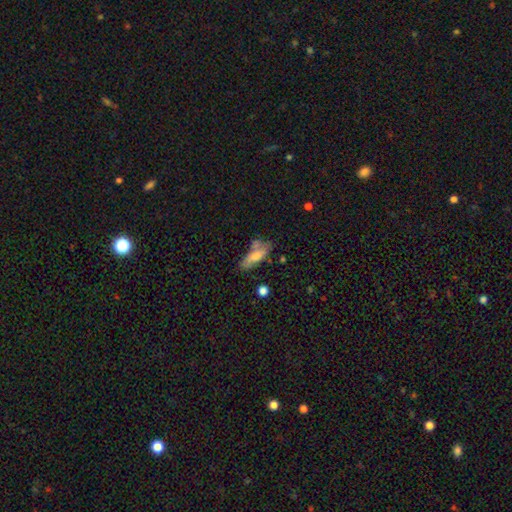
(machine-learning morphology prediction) Smooth or featured? smooth (65%)
How rounded? in between (58%)
Merging? none (55%)